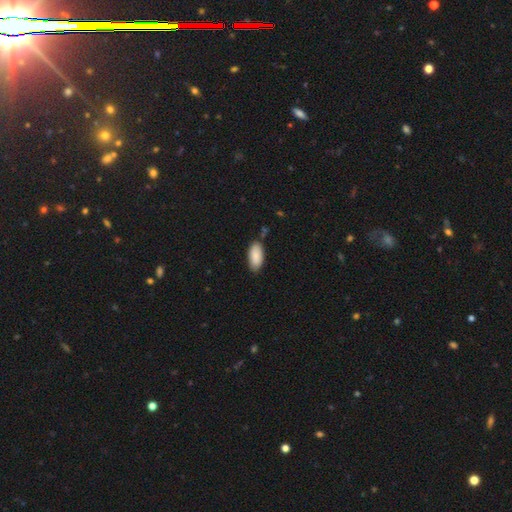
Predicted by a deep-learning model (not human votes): smooth_or_featured: smooth (p=0.88) [alt: star or artifact p=0.06]
how_rounded: in between (p=0.92) [alt: cigar-shaped p=0.07]
merging: none (p=0.80) [alt: minor disturbance p=0.15]